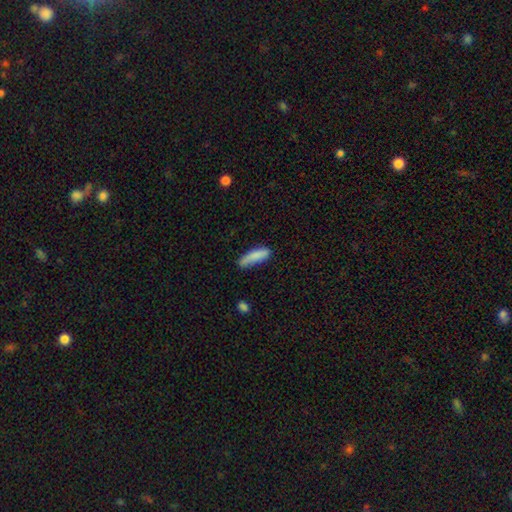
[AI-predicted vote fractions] Smooth or featured?
  - smooth: 84% *
  - featured or disk: 10%
  - star or artifact: 7%
How rounded?
  - cigar-shaped: 60% *
  - in between: 39%
  - round: 2%
Merging?
  - none: 59% *
  - minor disturbance: 29%
  - major disturbance: 8%
  - merger: 4%